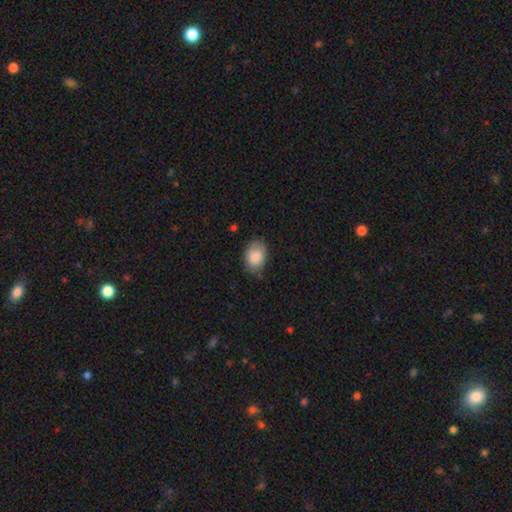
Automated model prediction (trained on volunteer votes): smooth 86%, featured or disk 7%, star or artifact 7%. Down the decision tree: how rounded — in between (78%); merging — none (76%).